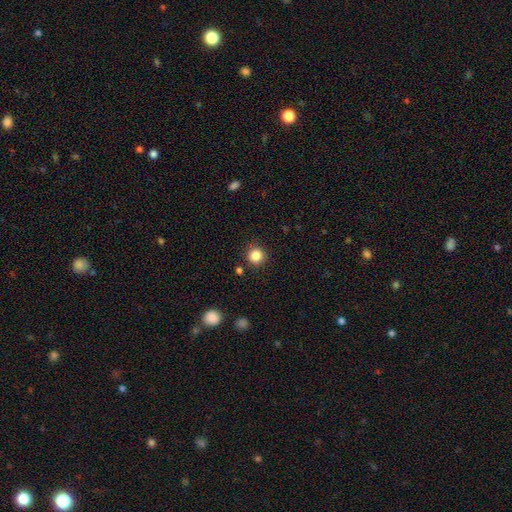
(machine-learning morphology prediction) Overall: smooth (85%). How rounded: round (94%). Merging: none (89%).